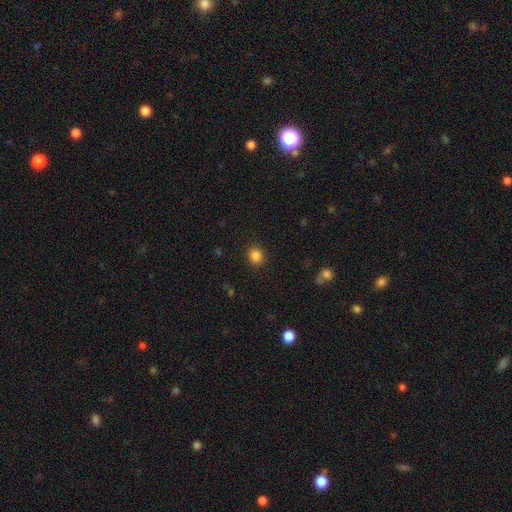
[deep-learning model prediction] smooth 85%, star or artifact 12%, featured or disk 4%. Down the decision tree: how rounded — round (75%); merging — none (89%).